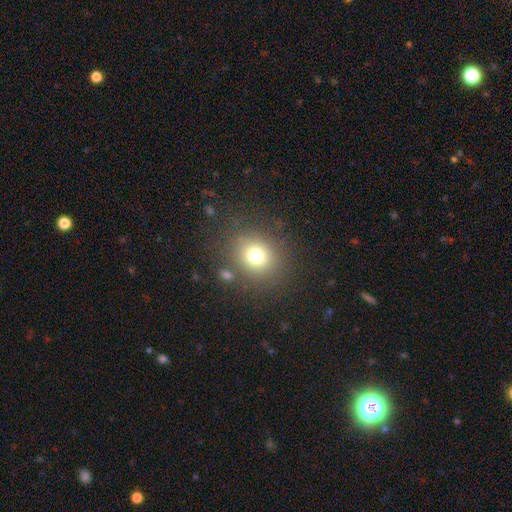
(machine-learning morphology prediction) Smooth or featured?
  - smooth: 74% *
  - star or artifact: 16%
  - featured or disk: 10%
How rounded?
  - round: 80% *
  - in between: 19%
  - cigar-shaped: 1%
Merging?
  - none: 82% *
  - minor disturbance: 9%
  - major disturbance: 5%
  - merger: 4%